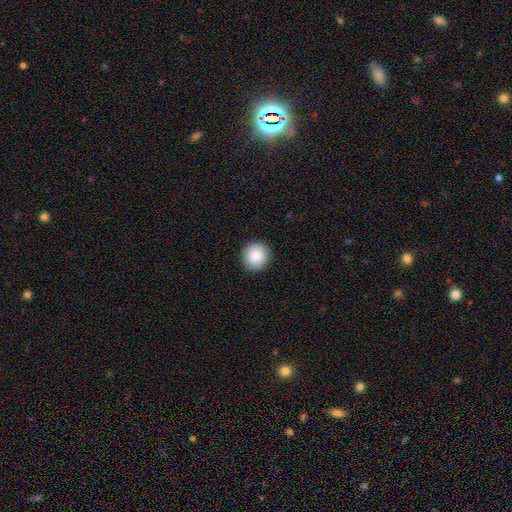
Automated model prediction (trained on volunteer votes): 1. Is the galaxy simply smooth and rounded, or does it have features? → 86% smooth, 8% star or artifact, 6% featured or disk.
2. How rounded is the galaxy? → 94% round, 5% in between, 1% cigar-shaped.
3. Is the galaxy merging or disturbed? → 92% none, 5% minor disturbance, 2% major disturbance, 1% merger.